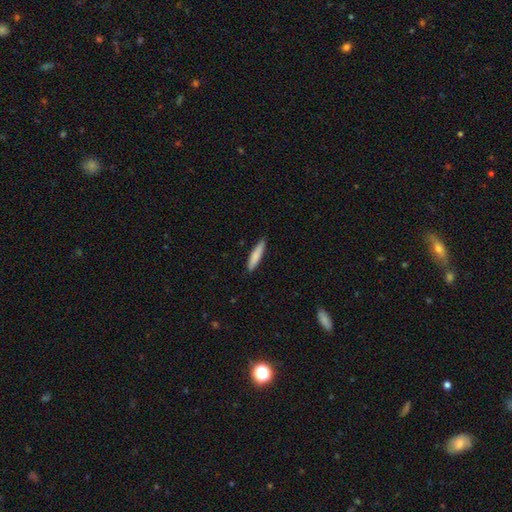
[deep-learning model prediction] Morphology: type=smooth (82%); roundness=cigar-shaped (84%); merging=none (88%).